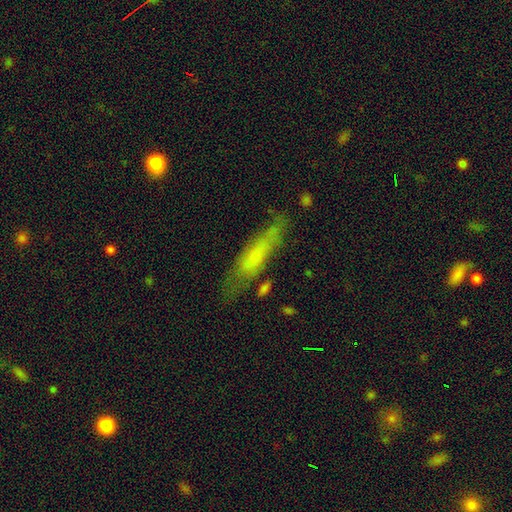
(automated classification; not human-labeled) smooth-or-featured: smooth: 52% | featured or disk: 39% | star or artifact: 9%
  how-rounded: cigar-shaped: 73% | in between: 25% | round: 2%
  merging: none: 61% | minor disturbance: 24% | major disturbance: 10% | merger: 4%